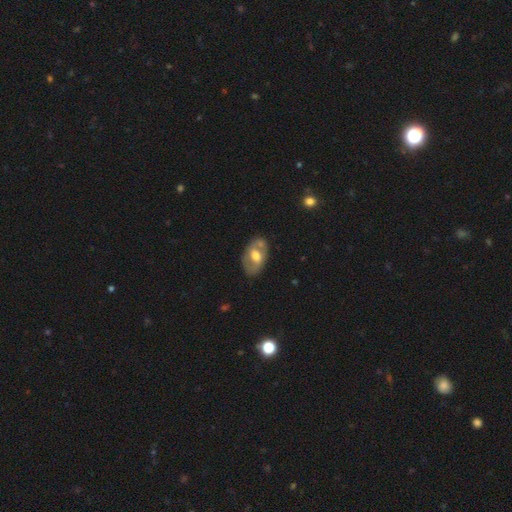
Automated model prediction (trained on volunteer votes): smooth_or_featured: featured or disk (p=0.58) [alt: smooth p=0.36]
disk_edge_on: no (p=0.92) [alt: yes p=0.08]
bar: weak (p=0.42) [alt: no p=0.37]
has_spiral_arms: no (p=0.52) [alt: yes p=0.48]
bulge_size: moderate (p=0.65) [alt: large p=0.23]
merging: none (p=0.73) [alt: minor disturbance p=0.19]